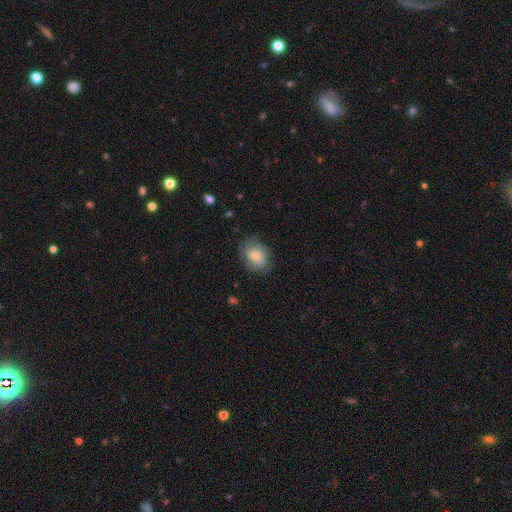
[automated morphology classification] A smooth galaxy with no disk features (59%) that is in between round and cigar-shaped (63%).

Vote fractions:
- Smooth or featured? smooth: 59% / featured or disk: 34% / star or artifact: 8%
- How rounded? in between: 63% / round: 36% / cigar-shaped: 1%
- Merging? none: 69% / minor disturbance: 21% / major disturbance: 9% / merger: 1%